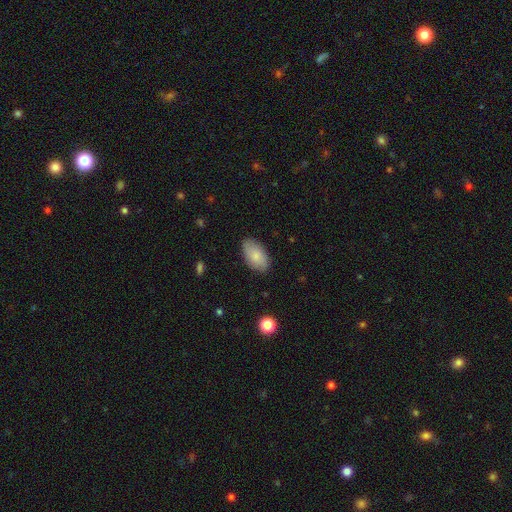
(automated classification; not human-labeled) Smooth or featured? Predicted: smooth (p=0.84). How rounded? Predicted: in between (p=0.95). Merging? Predicted: none (p=0.85).